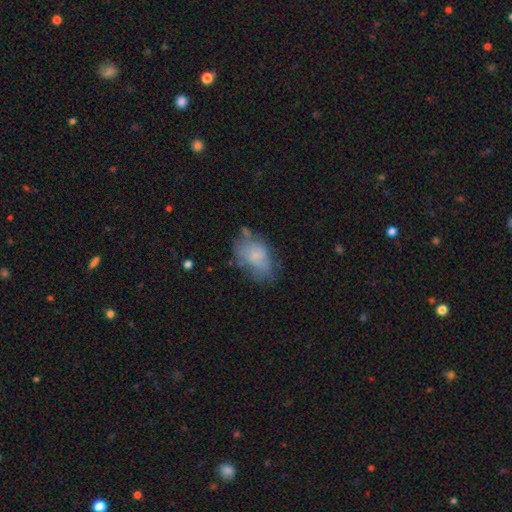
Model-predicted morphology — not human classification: A smooth galaxy with no disk features (67%) that is in between round and cigar-shaped (85%).

Vote fractions:
- Smooth or featured? smooth: 67% / featured or disk: 24% / star or artifact: 9%
- How rounded? in between: 85% / round: 14% / cigar-shaped: 2%
- Merging? none: 42% / minor disturbance: 32% / major disturbance: 19% / merger: 7%